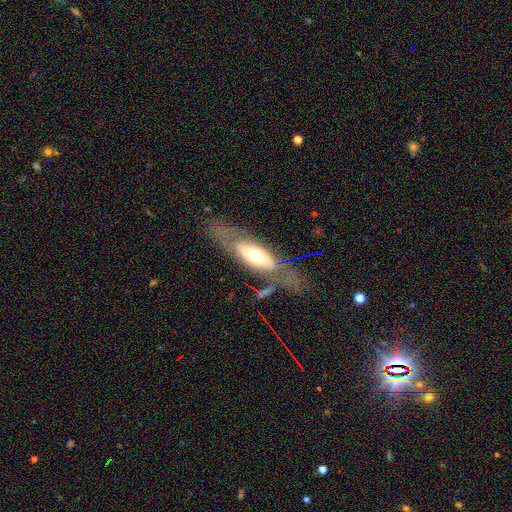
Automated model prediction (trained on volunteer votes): Smooth or featured?
  - featured or disk: 54% *
  - smooth: 40%
  - star or artifact: 7%
Edge-on disk?
  - no: 65% *
  - yes: 35%
Merging?
  - none: 56% *
  - minor disturbance: 19%
  - major disturbance: 18%
  - merger: 7%